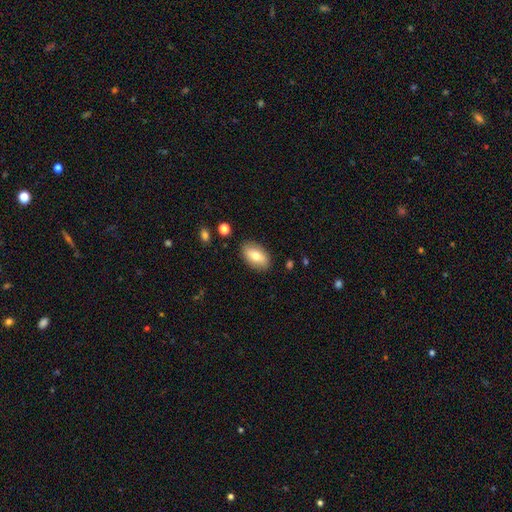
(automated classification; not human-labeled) Q: Smooth or featured?
A: smooth (71%); runner-up: featured or disk (23%)
Q: How rounded?
A: in between (91%); runner-up: round (6%)
Q: Merging?
A: none (86%); runner-up: minor disturbance (10%)